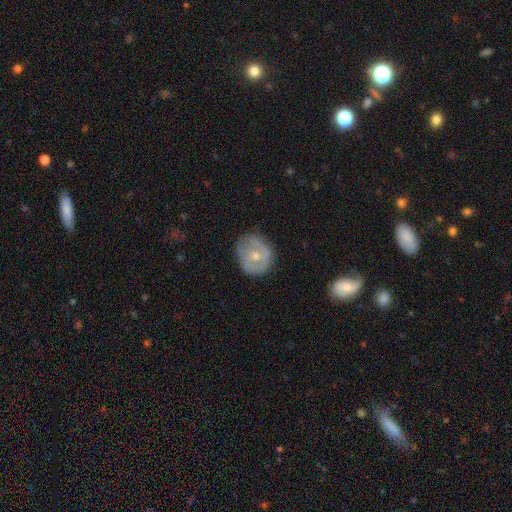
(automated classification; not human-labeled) Smooth or featured? Predicted: featured or disk (p=0.50). Merging? Predicted: none (p=0.61).